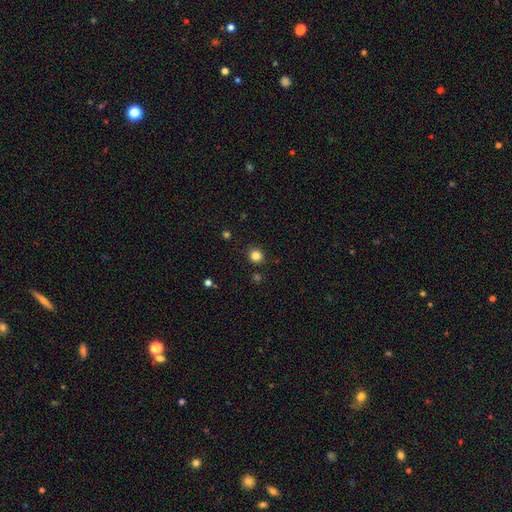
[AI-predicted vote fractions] smooth-or-featured: smooth: 83% | star or artifact: 13% | featured or disk: 4%
  how-rounded: round: 92% | in between: 7% | cigar-shaped: 1%
  merging: none: 90% | minor disturbance: 6% | major disturbance: 2% | merger: 2%